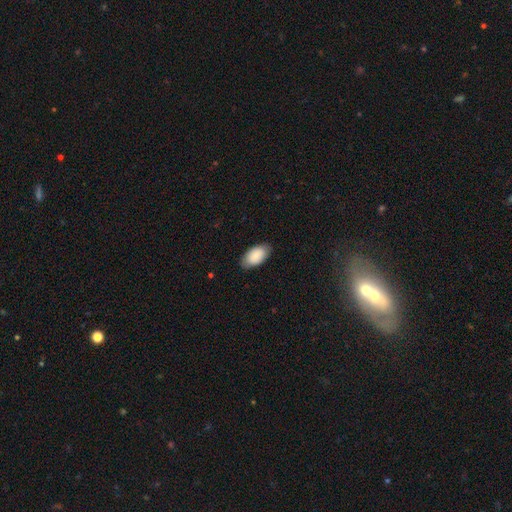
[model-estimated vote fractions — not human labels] Overall: smooth (82%). How rounded: in between (95%). Merging: none (81%).